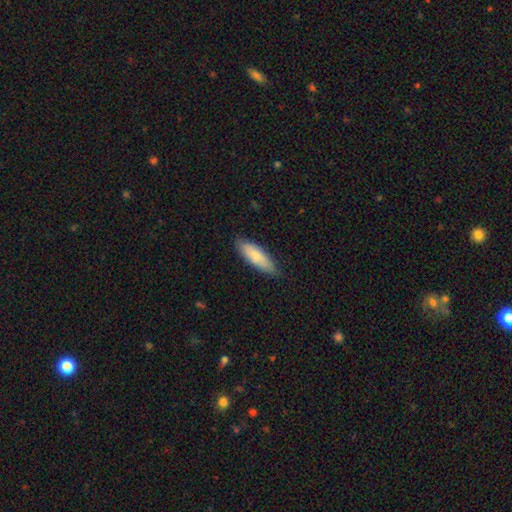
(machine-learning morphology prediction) This is likely a smooth galaxy (79%). How rounded: possibly in between (50%). Merging: clearly none (84%).